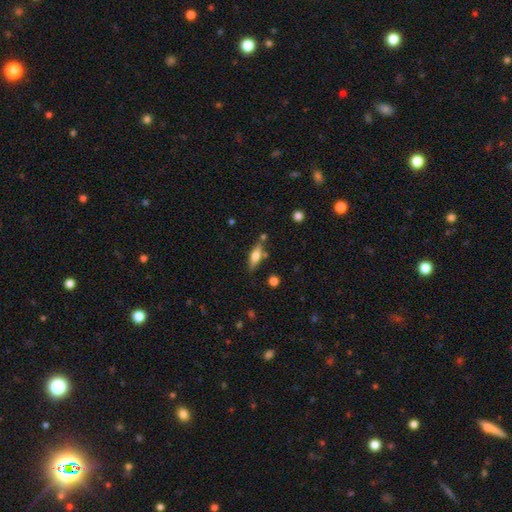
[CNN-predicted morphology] The model was most divided on "how rounded": in between: 53%, cigar-shaped: 44%, round: 3%. More confident: merging — none (71%); smooth or featured — smooth (57%).